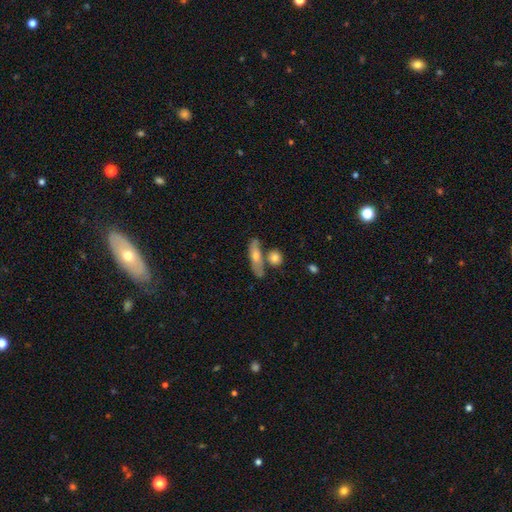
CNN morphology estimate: This is possibly a smooth galaxy (59%). How rounded: possibly cigar-shaped (53%). Merging: possibly none (55%).